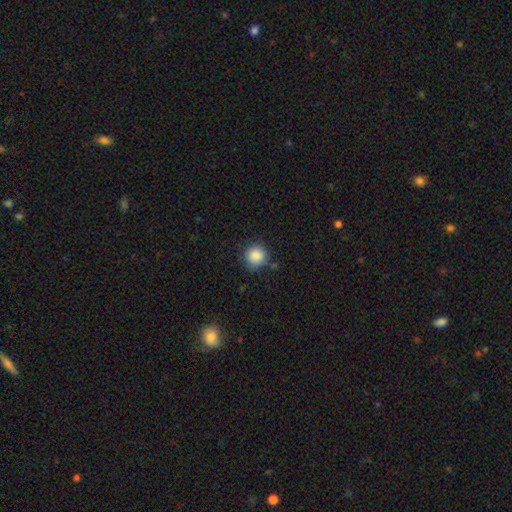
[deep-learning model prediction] This is clearly a smooth galaxy (87%). How rounded: clearly round (91%). Merging: clearly none (81%).